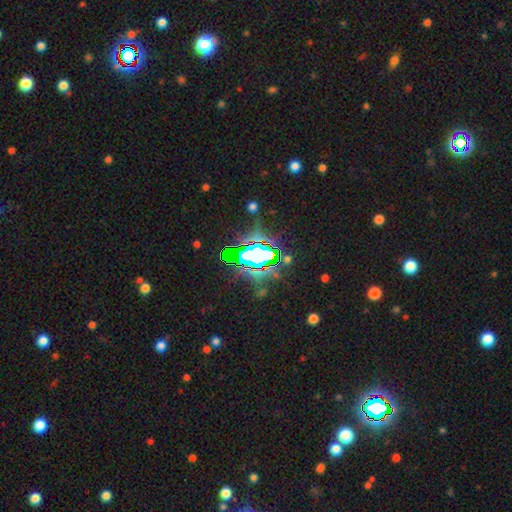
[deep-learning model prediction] Smooth or featured? star or artifact (72%)